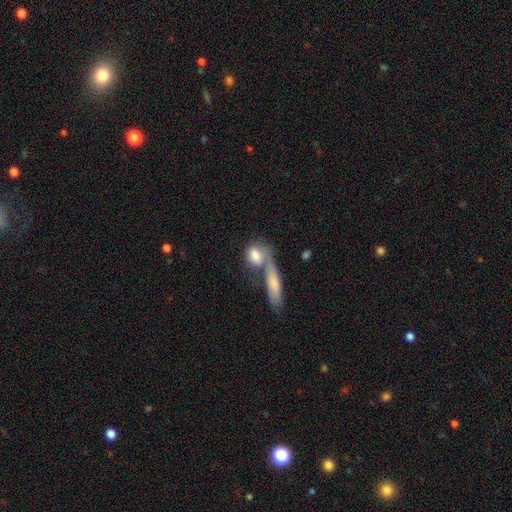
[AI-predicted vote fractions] Smooth or featured?
  - smooth: 77% *
  - featured or disk: 16%
  - star or artifact: 7%
How rounded?
  - in between: 56% *
  - round: 29%
  - cigar-shaped: 15%
Merging?
  - merger: 47% *
  - none: 33%
  - minor disturbance: 12%
  - major disturbance: 8%